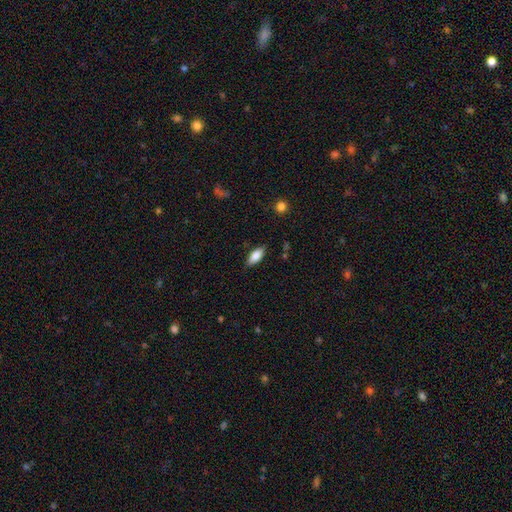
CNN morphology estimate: Smooth or featured: smooth — 78% (featured or disk — 15%)
How rounded: in between — 82% (cigar-shaped — 15%)
Merging: none — 84% (minor disturbance — 12%)